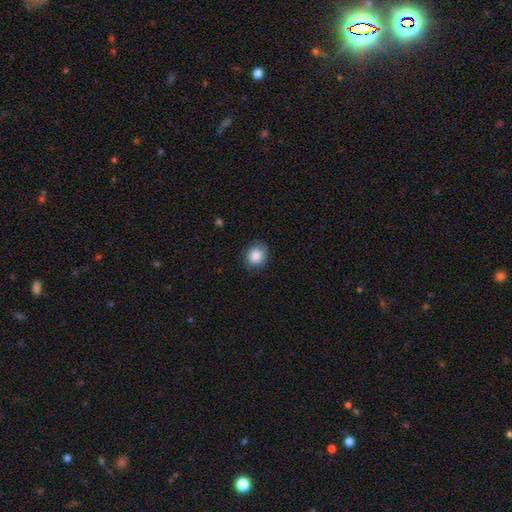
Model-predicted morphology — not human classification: Smooth or featured: smooth — 86% (star or artifact — 8%)
How rounded: round — 73% (in between — 26%)
Merging: none — 84% (minor disturbance — 13%)